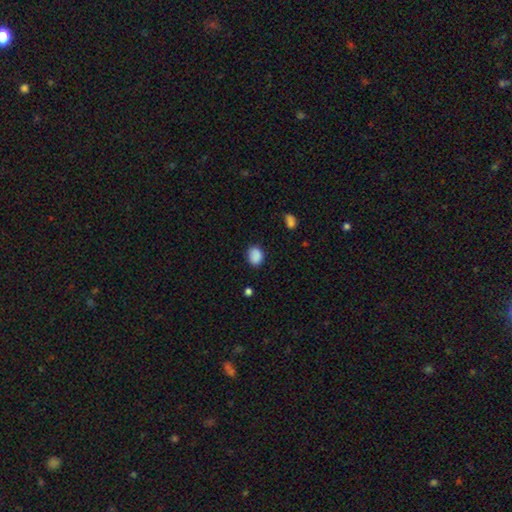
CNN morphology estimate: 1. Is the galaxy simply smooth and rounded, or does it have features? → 88% smooth, 9% star or artifact, 3% featured or disk.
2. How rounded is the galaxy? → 54% in between, 45% round, 1% cigar-shaped.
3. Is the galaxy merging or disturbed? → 83% none, 13% minor disturbance, 3% major disturbance, 2% merger.